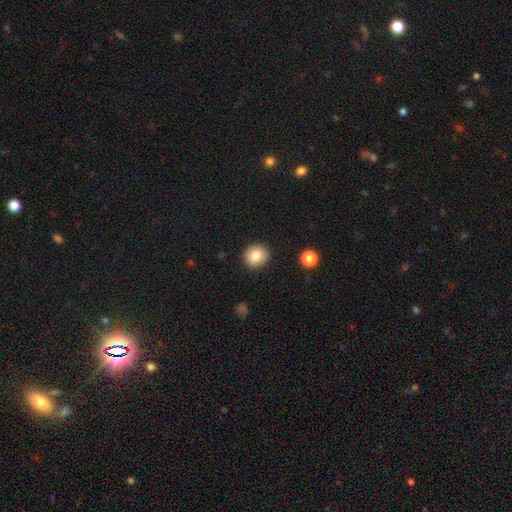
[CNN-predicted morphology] smooth-or-featured: smooth: 83% | star or artifact: 9% | featured or disk: 8%
  how-rounded: round: 89% | in between: 10% | cigar-shaped: 1%
  merging: none: 91% | minor disturbance: 6% | major disturbance: 2% | merger: 1%